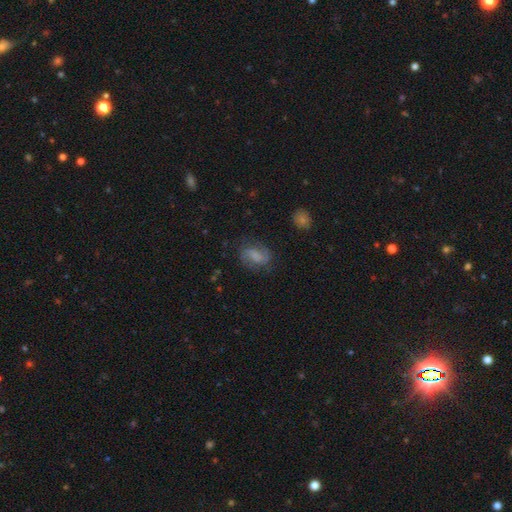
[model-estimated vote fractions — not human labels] The model was most divided on "bar": weak: 45%, no: 35%, strong: 20%. Remaining: edge-on disk — no (97%); spiral arms — yes (91%); spiral arm count — 2 (87%); merging — none (72%); smooth or featured — featured or disk (57%); bulge size — none (46%); spiral winding — medium (46%).